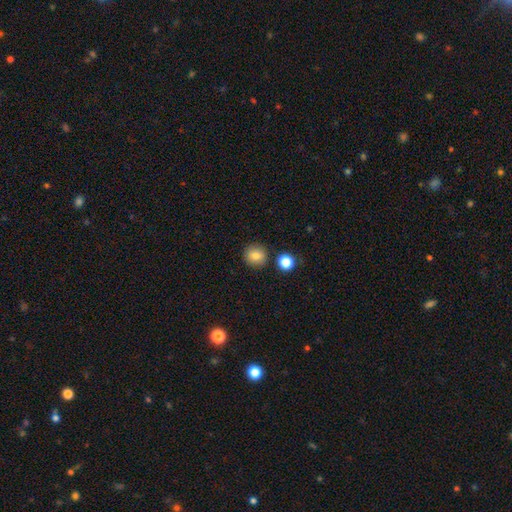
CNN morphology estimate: smooth 82%, star or artifact 11%, featured or disk 7%. Down the decision tree: how rounded — round (91%); merging — none (86%).